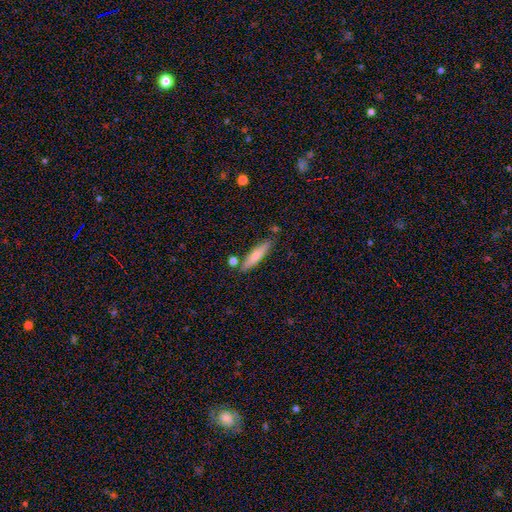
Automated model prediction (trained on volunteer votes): Smooth or featured? Predicted: smooth (p=0.69). How rounded? Predicted: cigar-shaped (p=0.79). Merging? Predicted: none (p=0.78).